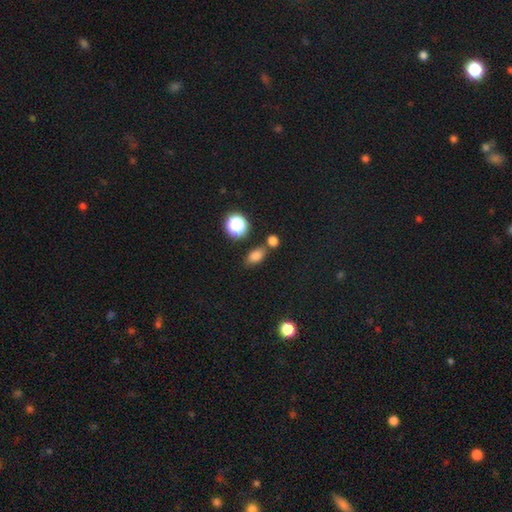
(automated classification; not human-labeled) Smooth or featured: smooth — 77% (star or artifact — 16%)
How rounded: in between — 81% (round — 16%)
Merging: none — 70% (merger — 14%)